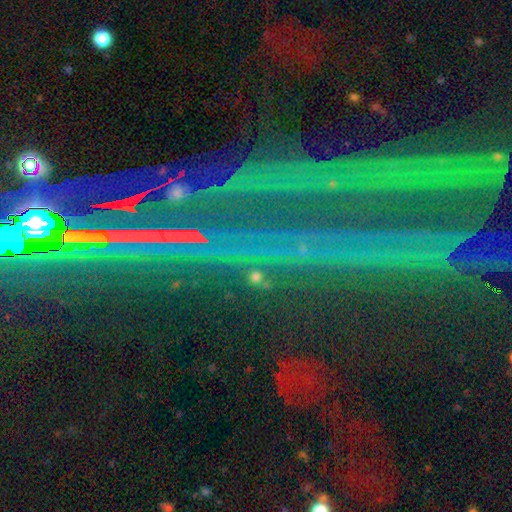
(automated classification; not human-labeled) Smooth or featured? Predicted: star or artifact (p=0.84).